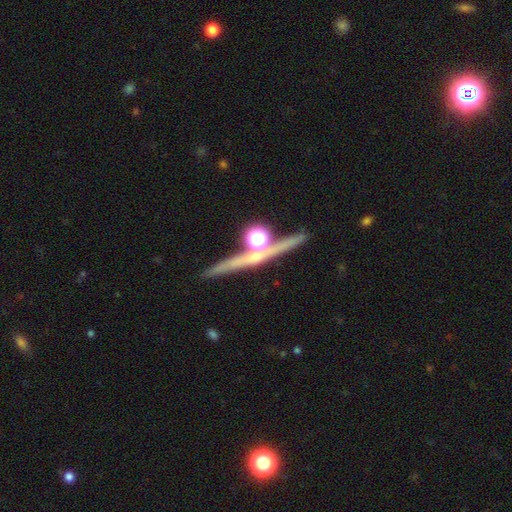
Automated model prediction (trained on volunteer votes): Smooth or featured? featured or disk (54%)
Edge-on disk? yes (91%)
Merging? none (75%)